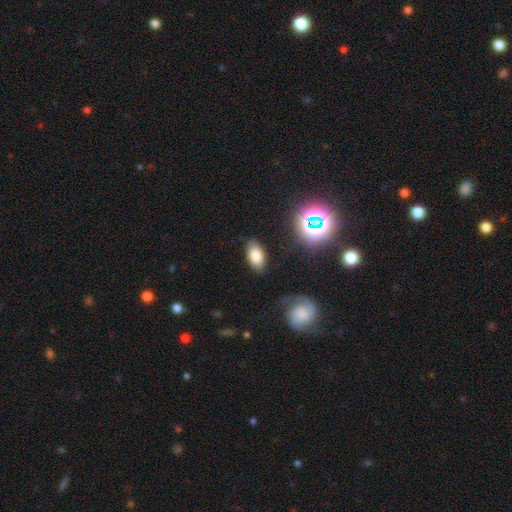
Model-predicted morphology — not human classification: smooth-or-featured: smooth: 77% | star or artifact: 12% | featured or disk: 11%
  how-rounded: in between: 93% | round: 4% | cigar-shaped: 3%
  merging: none: 83% | minor disturbance: 12% | major disturbance: 3% | merger: 2%